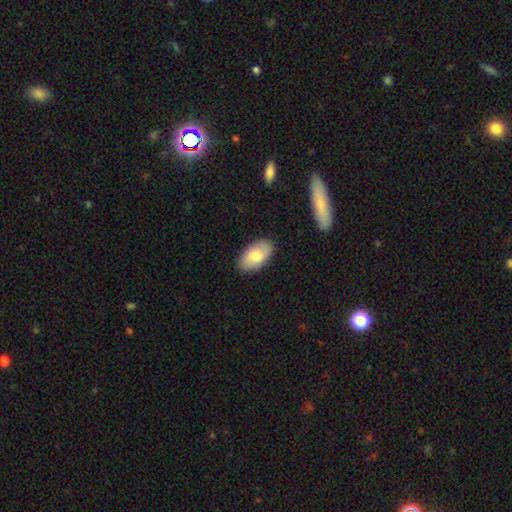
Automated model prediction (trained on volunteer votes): A smooth galaxy with no disk features (80%) that is in between round and cigar-shaped (95%).

Vote fractions:
- Smooth or featured? smooth: 80% / featured or disk: 15% / star or artifact: 6%
- How rounded? in between: 95% / round: 3% / cigar-shaped: 2%
- Merging? none: 87% / minor disturbance: 10% / major disturbance: 2% / merger: 1%